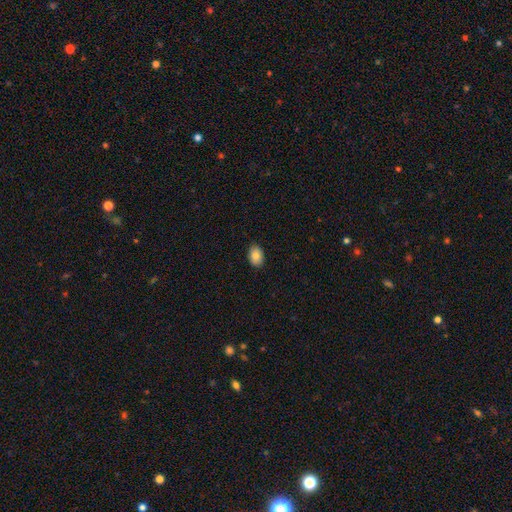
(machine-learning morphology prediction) smooth-or-featured: smooth: 83% | featured or disk: 9% | star or artifact: 8%
  how-rounded: in between: 77% | round: 22% | cigar-shaped: 1%
  merging: none: 89% | minor disturbance: 8% | major disturbance: 2% | merger: 1%